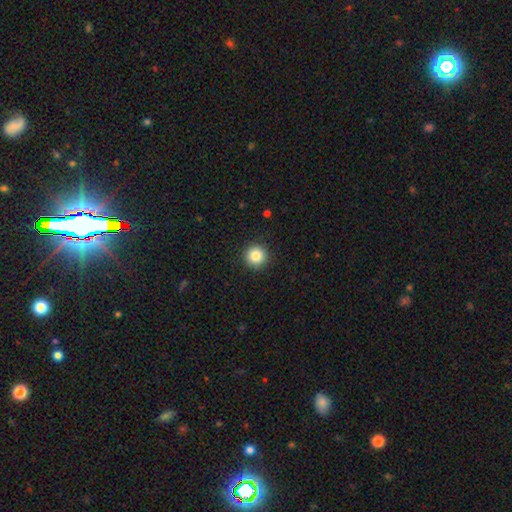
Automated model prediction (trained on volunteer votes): Overall: smooth (85%). How rounded: round (96%). Merging: none (92%).